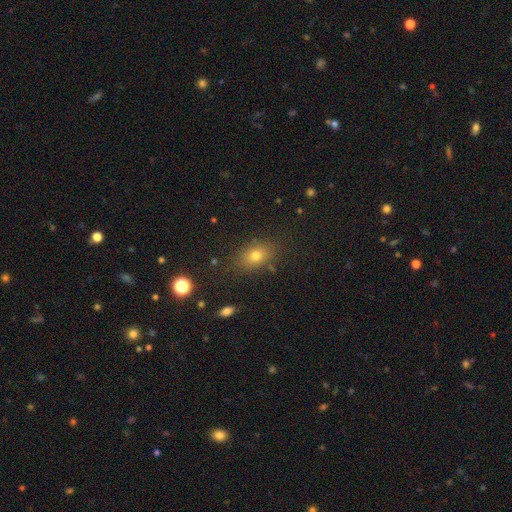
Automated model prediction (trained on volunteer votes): smooth_or_featured: smooth (p=0.72) [alt: star or artifact p=0.16]
how_rounded: in between (p=0.71) [alt: round p=0.26]
merging: none (p=0.82) [alt: minor disturbance p=0.12]